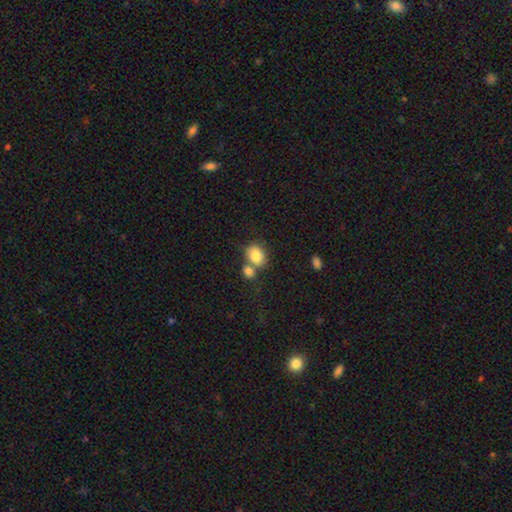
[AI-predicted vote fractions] Morphology: type=smooth (83%); roundness=in between (59%); merging=none (46%).